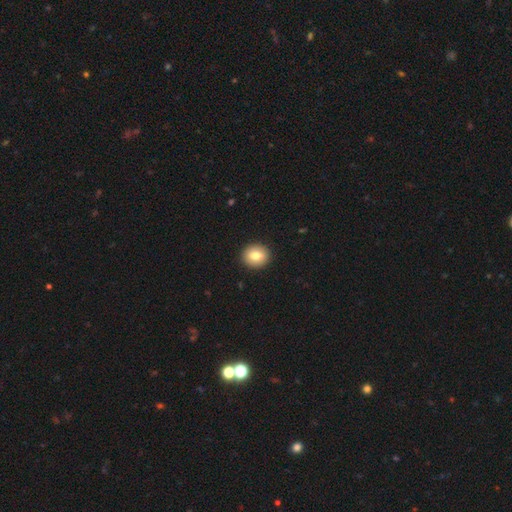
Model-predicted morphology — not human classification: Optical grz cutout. It shows a smooth galaxy with no disk features (78%) that is round (72%). Merging: none (92%).